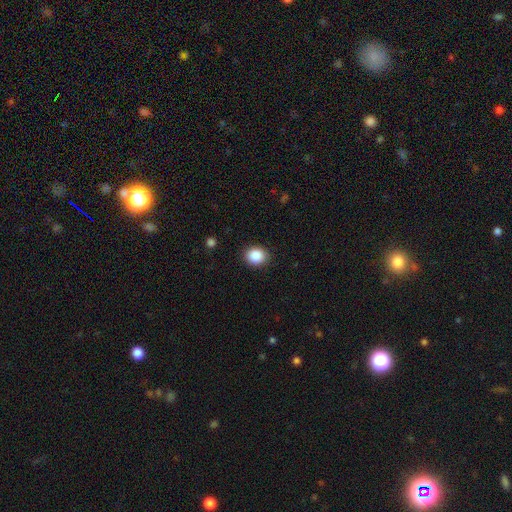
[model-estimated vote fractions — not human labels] smooth 88%, star or artifact 8%, featured or disk 3%. Down the decision tree: how rounded — round (61%); merging — none (89%).